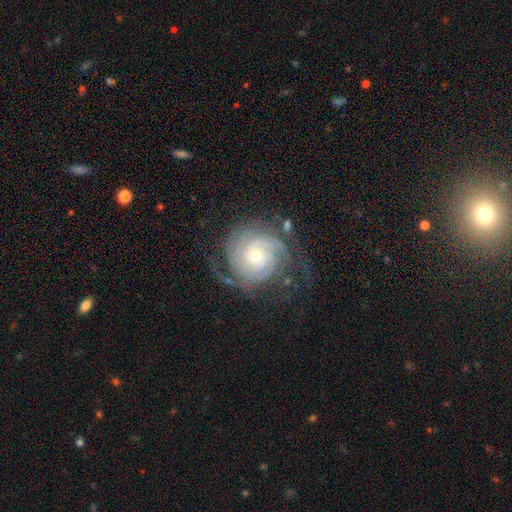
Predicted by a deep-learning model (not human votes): A featured or disk galaxy (88%) with no bar (74%), 2 (30%) tight (72%) spiral arms (97%) and a small central bulge (51%).

Vote fractions:
- Smooth or featured? featured or disk: 88% / smooth: 7% / star or artifact: 5%
- Edge-on disk? no: 98% / yes: 2%
- Bar? no: 74% / weak: 21% / strong: 5%
- Spiral arms? yes: 97% / no: 3%
- Spiral winding? tight: 72% / medium: 22% / loose: 6%
- Spiral arm count? 2: 30% / can't tell: 24% / 3: 23% / 4: 11% / more than 4: 6% / 1: 6%
- Bulge size? small: 51% / moderate: 44% / large: 3% / none: 1% / dominant: 1%
- Merging? none: 68% / minor disturbance: 17% / major disturbance: 13% / merger: 2%